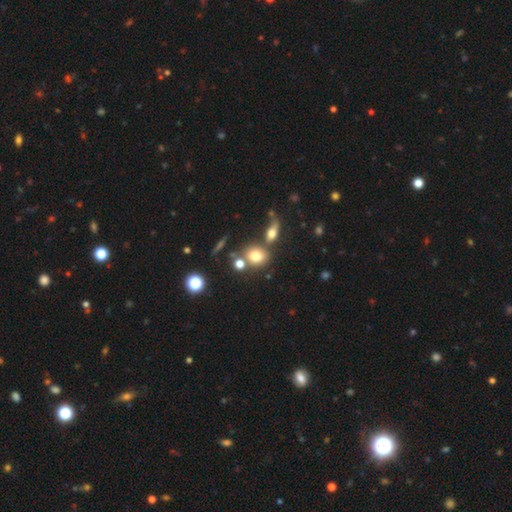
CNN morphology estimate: This is likely a smooth galaxy (75%). How rounded: likely round (60%). Merging: possibly none (56%).